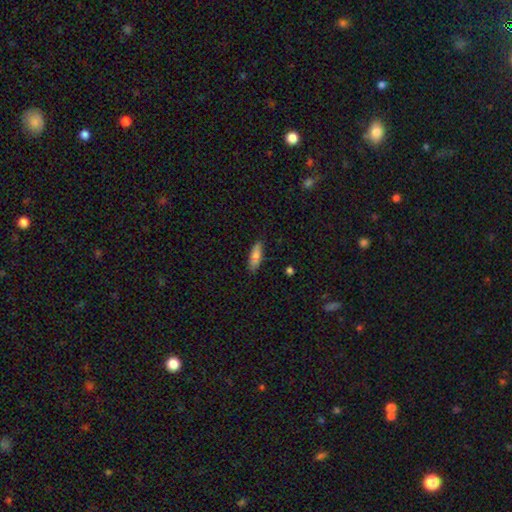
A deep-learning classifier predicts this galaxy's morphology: smooth-or-featured: smooth: 77% | featured or disk: 17% | star or artifact: 7%
  how-rounded: in between: 53% | cigar-shaped: 45% | round: 2%
  merging: none: 82% | minor disturbance: 14% | major disturbance: 2% | merger: 1%